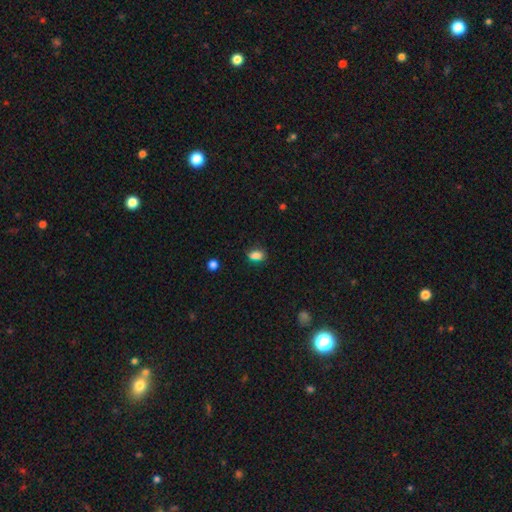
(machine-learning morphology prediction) Smooth or featured: smooth — 79% (star or artifact — 15%)
How rounded: in between — 76% (round — 19%)
Merging: none — 72% (minor disturbance — 19%)